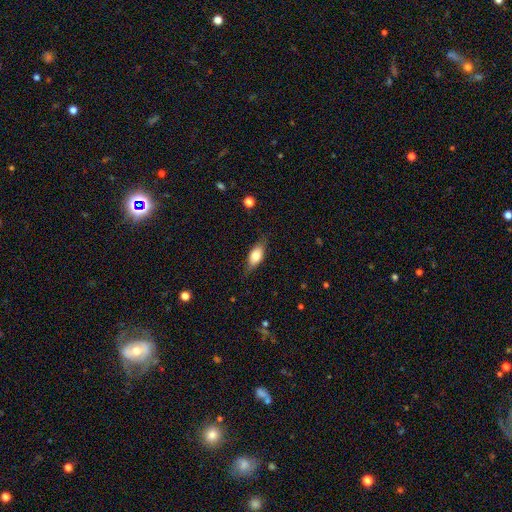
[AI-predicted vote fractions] smooth 72%, featured or disk 21%, star or artifact 7%. Down the decision tree: how rounded — in between (81%); merging — none (79%).